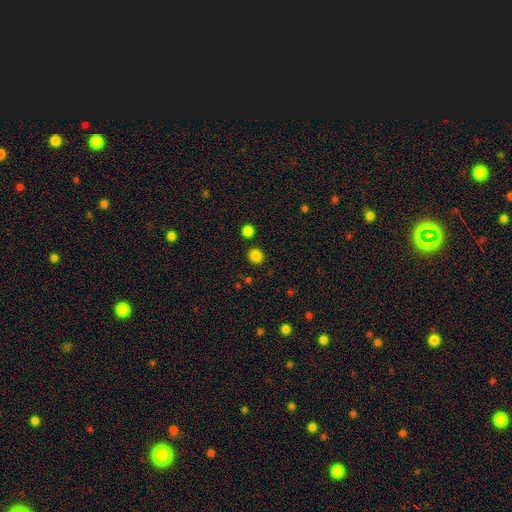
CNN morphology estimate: A smooth galaxy with no disk features (84%) that is round (88%). Merging: none (87%).